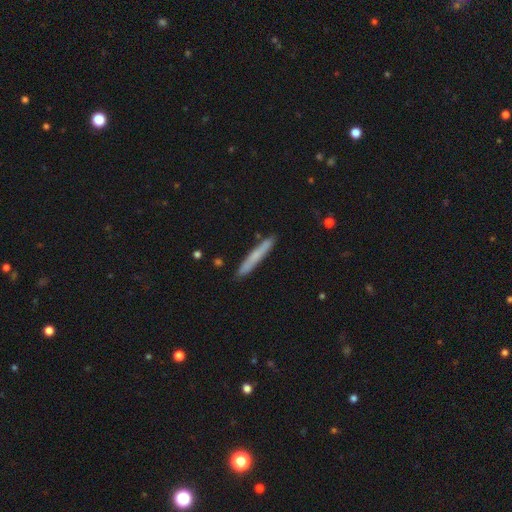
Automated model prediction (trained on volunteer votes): Morphology: type=smooth (61%); roundness=cigar-shaped (96%); merging=none (87%).